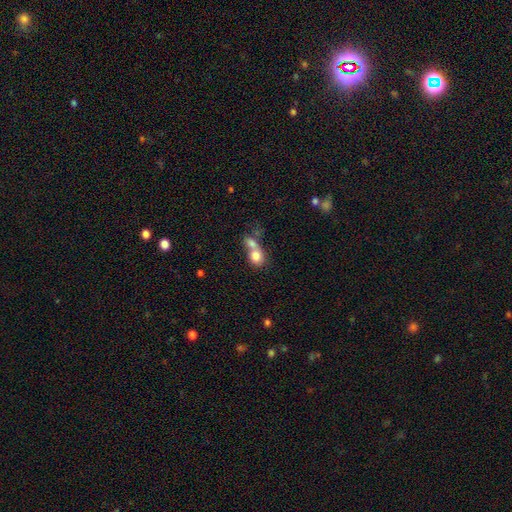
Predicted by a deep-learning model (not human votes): Smooth or featured? Predicted: smooth (p=0.78). How rounded? Predicted: round (p=0.58). Merging? Predicted: merger (p=0.69).